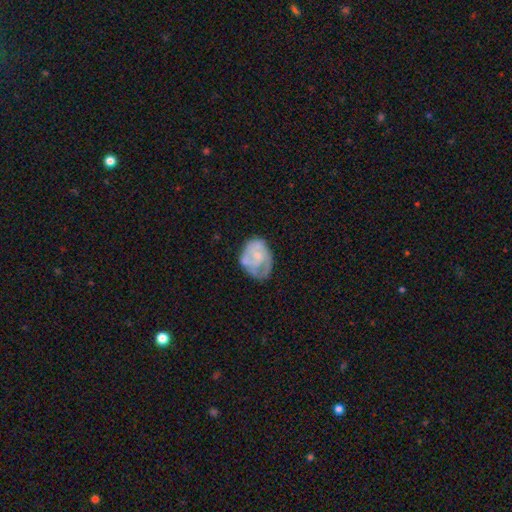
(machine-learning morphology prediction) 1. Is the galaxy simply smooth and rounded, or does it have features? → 63% featured or disk, 31% smooth, 6% star or artifact.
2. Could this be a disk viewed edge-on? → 98% no, 2% yes.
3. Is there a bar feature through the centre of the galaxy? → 77% no, 20% weak, 3% strong.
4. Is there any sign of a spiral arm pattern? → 72% yes, 28% no.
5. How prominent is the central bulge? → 52% small, 29% moderate, 15% none, 2% large, 1% dominant.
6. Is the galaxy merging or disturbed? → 47% none, 31% minor disturbance, 19% major disturbance, 3% merger.